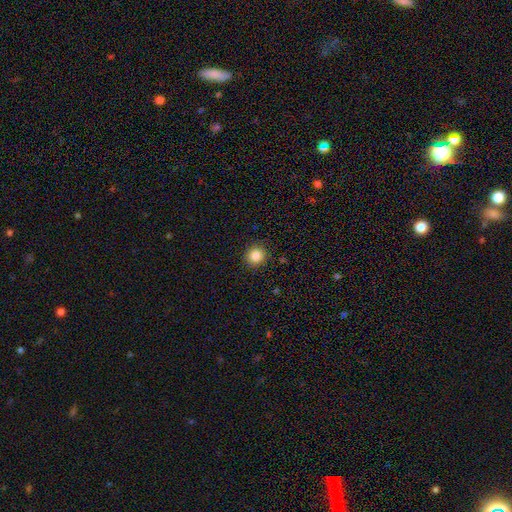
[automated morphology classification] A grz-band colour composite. It shows a smooth galaxy with no disk features (86%) that is round (90%). Merging: none (90%).